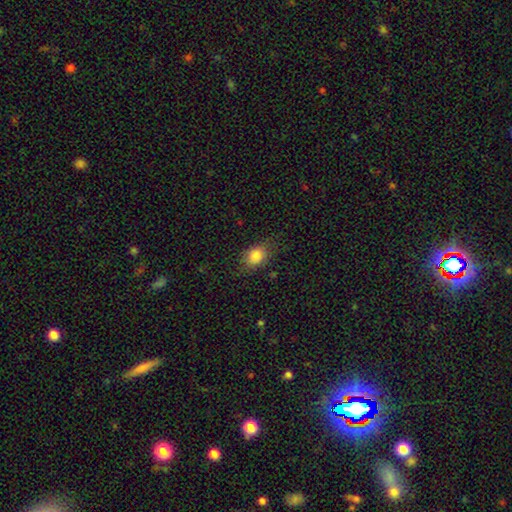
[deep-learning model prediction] Smooth or featured?
  - smooth: 84% *
  - star or artifact: 9%
  - featured or disk: 7%
How rounded?
  - in between: 65% *
  - round: 34%
  - cigar-shaped: 2%
Merging?
  - none: 74% *
  - minor disturbance: 19%
  - major disturbance: 6%
  - merger: 1%